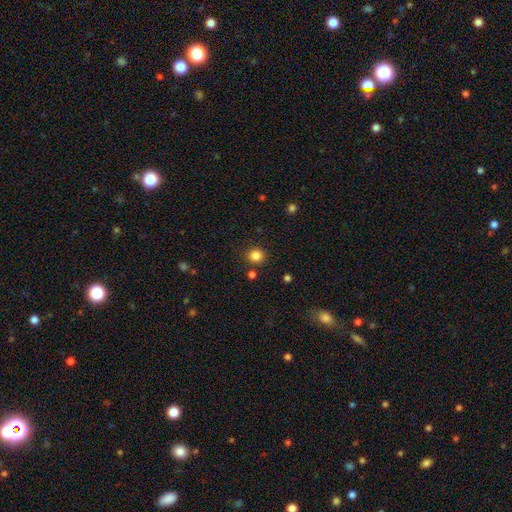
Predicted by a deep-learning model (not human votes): Overall: smooth (84%). How rounded: round (90%). Merging: none (87%).